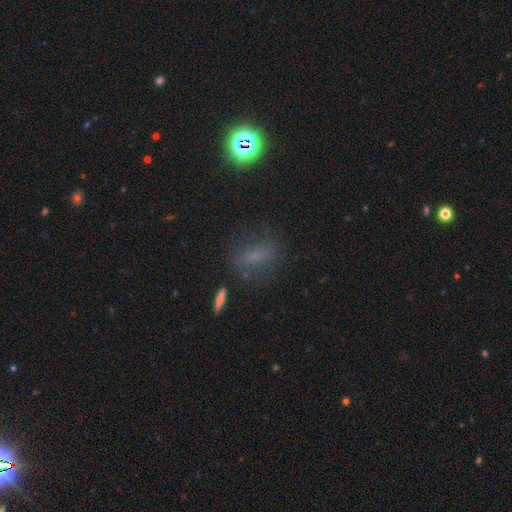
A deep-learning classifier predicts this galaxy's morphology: This appears to be a smooth galaxy with no disk features (52%) that is in between round and cigar-shaped (59%). Merging: none (69%).